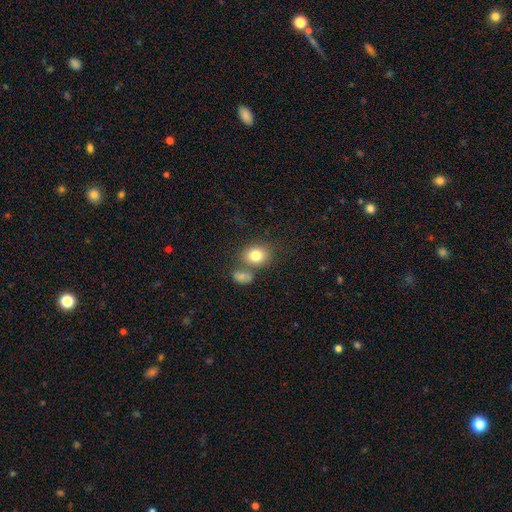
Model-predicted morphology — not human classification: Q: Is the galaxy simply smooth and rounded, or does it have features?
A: smooth — 80%.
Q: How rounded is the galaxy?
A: round — 55%.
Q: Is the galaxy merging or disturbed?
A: none — 62%.